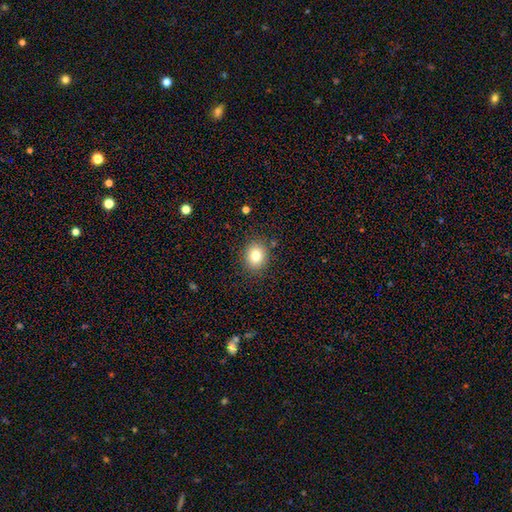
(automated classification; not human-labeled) Q: Smooth or featured?
A: smooth (81%); runner-up: star or artifact (11%)
Q: How rounded?
A: round (62%); runner-up: in between (37%)
Q: Merging?
A: none (87%); runner-up: minor disturbance (9%)